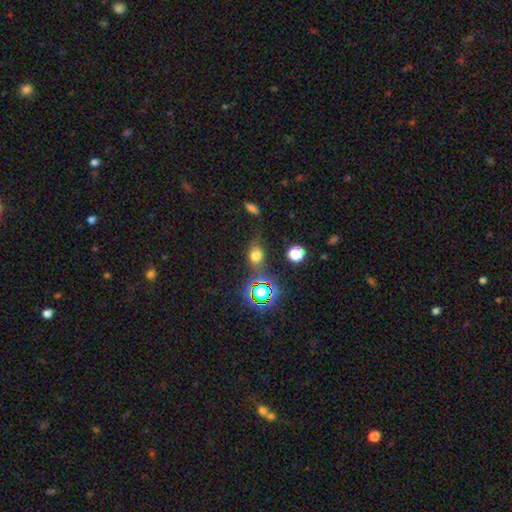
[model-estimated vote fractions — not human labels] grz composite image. It shows a smooth galaxy with no disk features (61%) that is in between round and cigar-shaped (57%). Merging: none (69%).